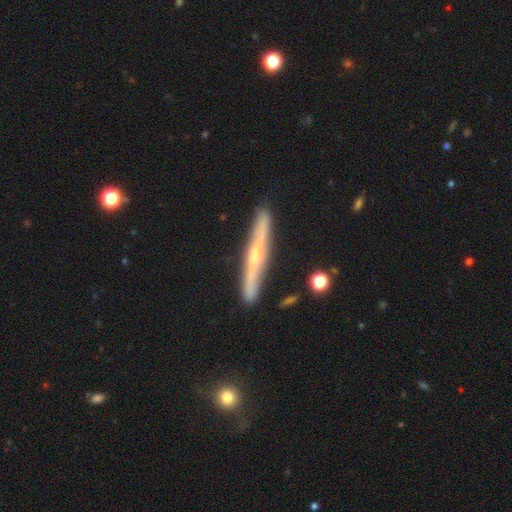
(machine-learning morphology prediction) Smooth or featured? featured or disk (67%)
Edge-on disk? yes (94%)
Edge-on bulge? rounded (62%)
Merging? none (88%)